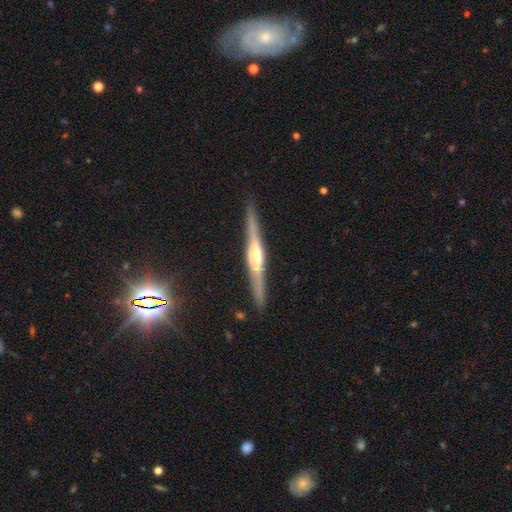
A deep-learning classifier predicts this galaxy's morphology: Overall: featured or disk (79%). Edge-on disk: yes (98%). Edge-on bulge: rounded (62%; boxy 29%). Merging: none (90%).